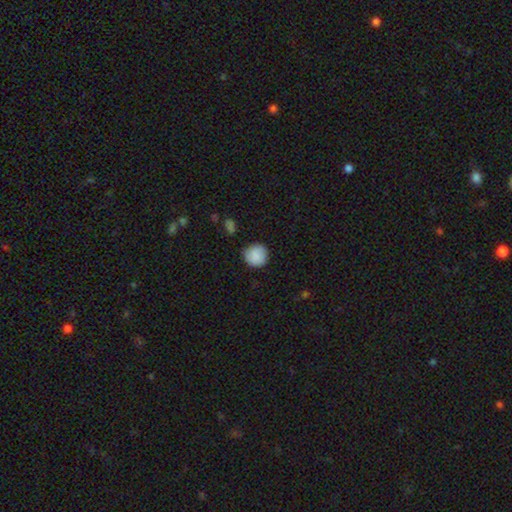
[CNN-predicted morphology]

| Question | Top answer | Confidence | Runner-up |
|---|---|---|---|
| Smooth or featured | smooth | 88% | star or artifact (7%) |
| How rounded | round | 93% | in between (6%) |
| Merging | none | 83% | minor disturbance (12%) |